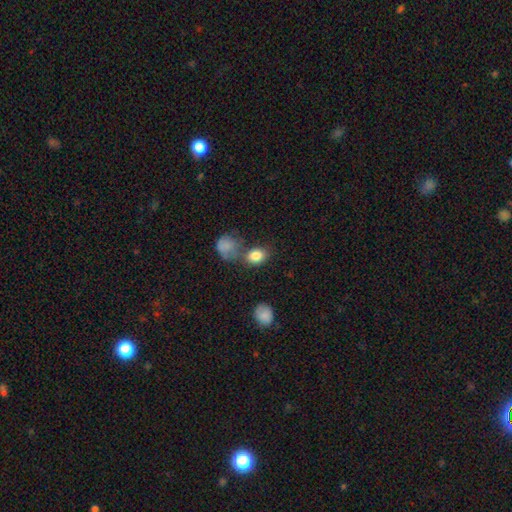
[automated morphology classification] Smooth or featured: smooth — 84% (star or artifact — 9%)
How rounded: in between — 60% (round — 38%)
Merging: none — 54% (merger — 24%)